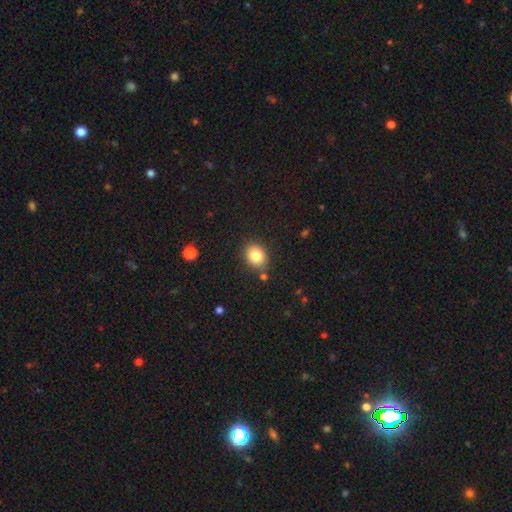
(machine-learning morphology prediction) This appears to be a smooth galaxy with no disk features (82%) that is in between round and cigar-shaped (53%). Merging: none (81%).